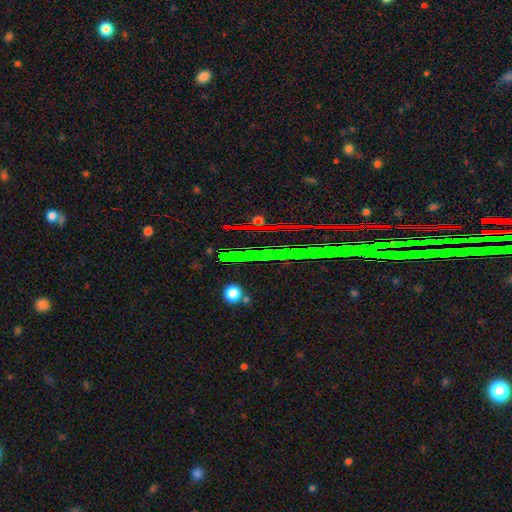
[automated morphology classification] This is clearly a star or artifact rather than a galaxy (81%).